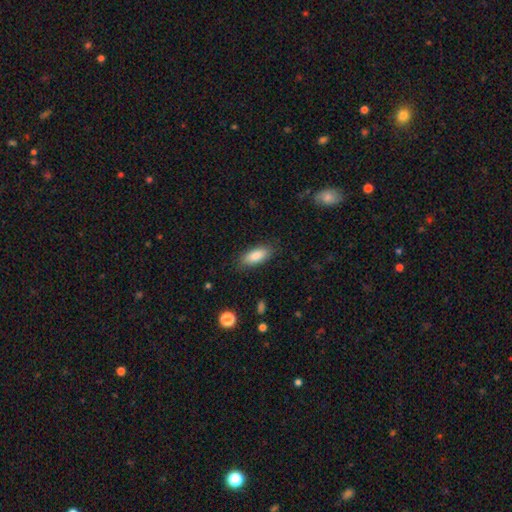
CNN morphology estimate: smooth 86%, featured or disk 7%, star or artifact 7%. Down the decision tree: how rounded — in between (78%); merging — none (85%).